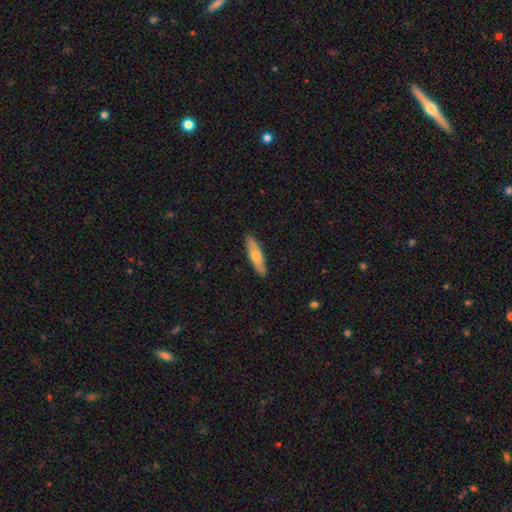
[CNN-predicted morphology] Smooth or featured: smooth — 63% (featured or disk — 32%)
How rounded: cigar-shaped — 73% (in between — 25%)
Merging: none — 89% (minor disturbance — 8%)